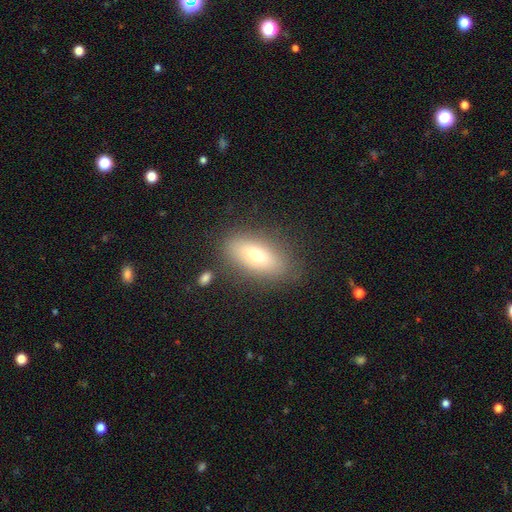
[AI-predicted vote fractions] smooth-or-featured: smooth: 67% | featured or disk: 24% | star or artifact: 9%
  how-rounded: in between: 78% | cigar-shaped: 18% | round: 4%
  merging: none: 81% | minor disturbance: 12% | major disturbance: 4% | merger: 3%